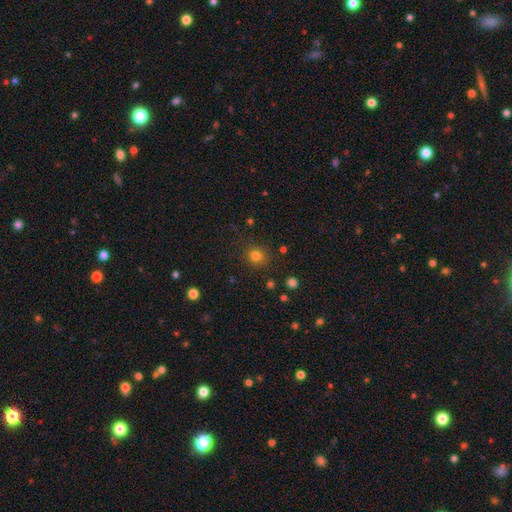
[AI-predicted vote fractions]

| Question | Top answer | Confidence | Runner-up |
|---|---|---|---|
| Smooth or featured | smooth | 80% | star or artifact (15%) |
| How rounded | round | 82% | in between (17%) |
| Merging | none | 85% | minor disturbance (10%) |